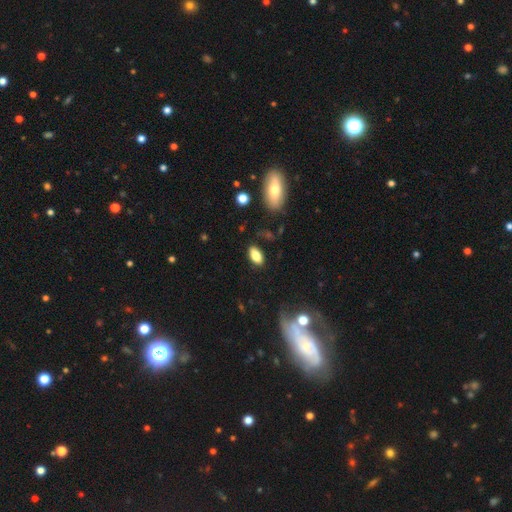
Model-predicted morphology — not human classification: A smooth galaxy with no disk features (81%) that is in between round and cigar-shaped (91%). Merging: none (81%).